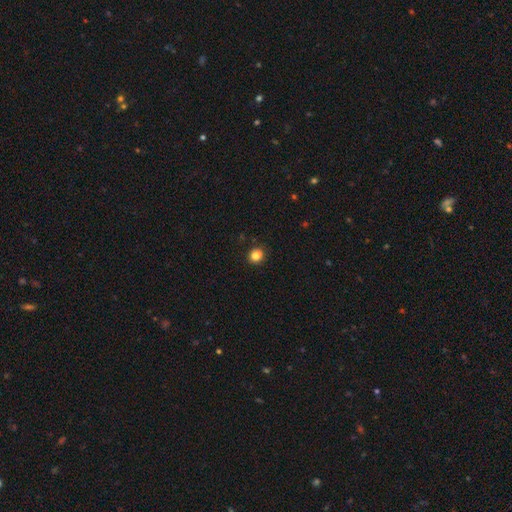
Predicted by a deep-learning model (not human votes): This is clearly a smooth galaxy (84%). How rounded: clearly round (85%). Merging: clearly none (91%).